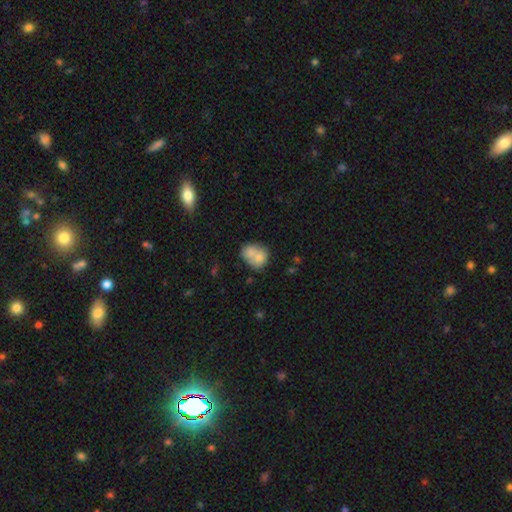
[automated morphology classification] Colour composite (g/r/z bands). It shows a smooth galaxy with no disk features (74%) that is round (55%). Merging: merger (57%).